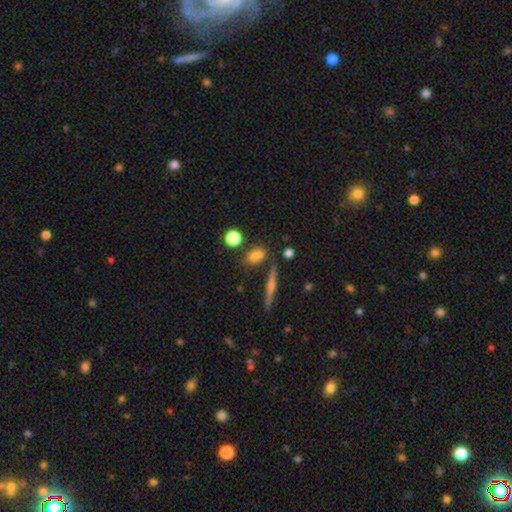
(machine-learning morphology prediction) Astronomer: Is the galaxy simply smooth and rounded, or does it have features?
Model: smooth — 75%.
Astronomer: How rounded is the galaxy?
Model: in between — 63%.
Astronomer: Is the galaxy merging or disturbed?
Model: none — 68%.